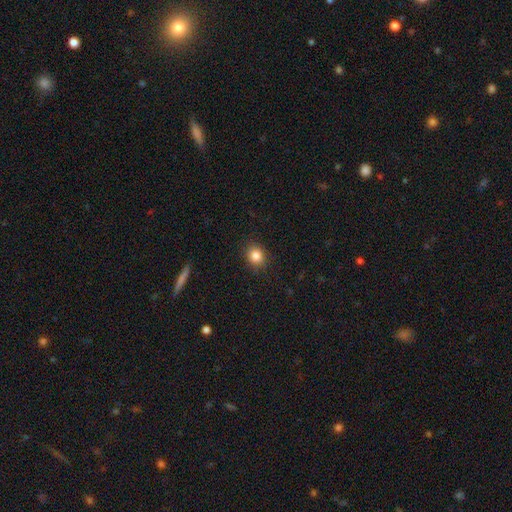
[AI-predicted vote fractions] A smooth galaxy with no disk features (84%) that is round (75%).

Vote fractions:
- Smooth or featured? smooth: 84% / star or artifact: 10% / featured or disk: 5%
- How rounded? round: 75% / in between: 24% / cigar-shaped: 1%
- Merging? none: 89% / minor disturbance: 8% / major disturbance: 2% / merger: 1%